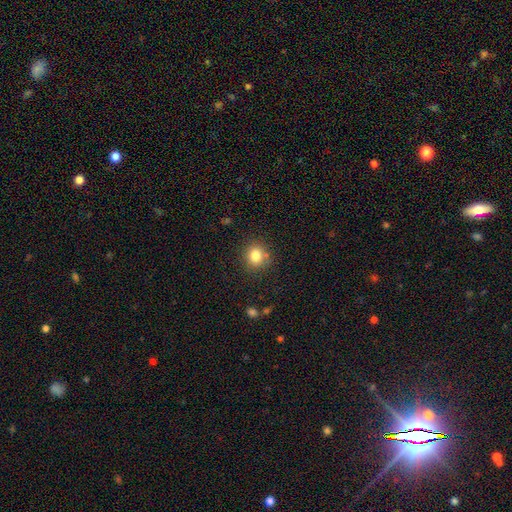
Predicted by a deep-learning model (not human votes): Morphology: type=smooth (81%); roundness=round (82%); merging=none (80%).